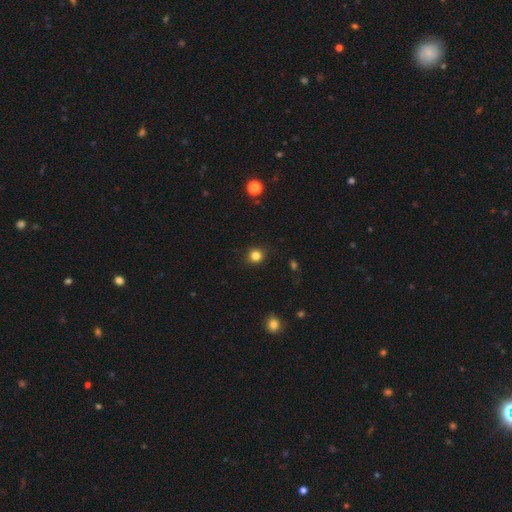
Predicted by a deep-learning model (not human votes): smooth_or_featured: smooth (p=0.82) [alt: star or artifact p=0.13]
how_rounded: round (p=0.90) [alt: in between p=0.09]
merging: none (p=0.91) [alt: minor disturbance p=0.06]